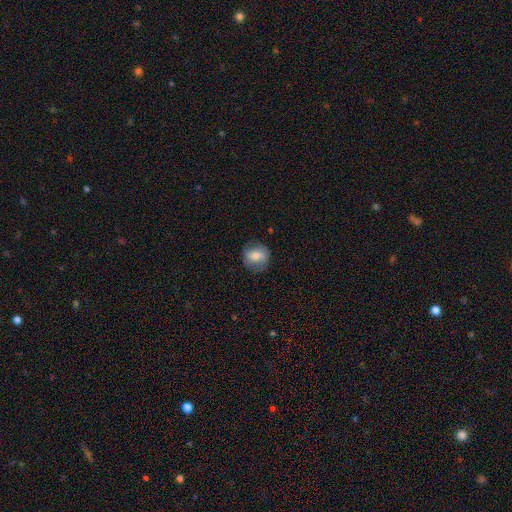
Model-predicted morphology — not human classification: Q: Smooth or featured?
A: smooth (57%); runner-up: featured or disk (35%)
Q: How rounded?
A: round (75%); runner-up: in between (24%)
Q: Merging?
A: none (76%); runner-up: minor disturbance (17%)